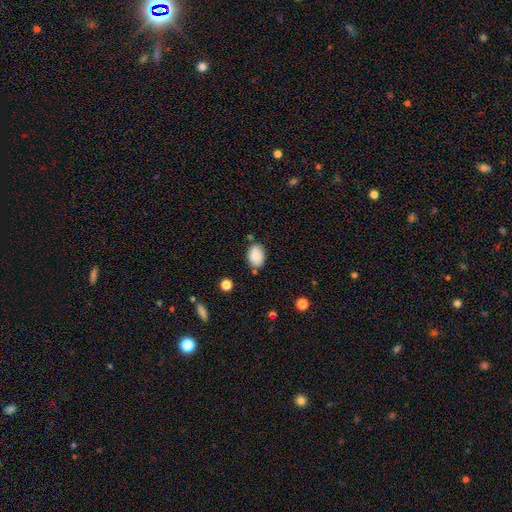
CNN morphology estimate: The model was most divided on "merging": none: 73%, minor disturbance: 18%, merger: 5%, major disturbance: 4%. More confident: smooth or featured — smooth (88%); how rounded — in between (82%).